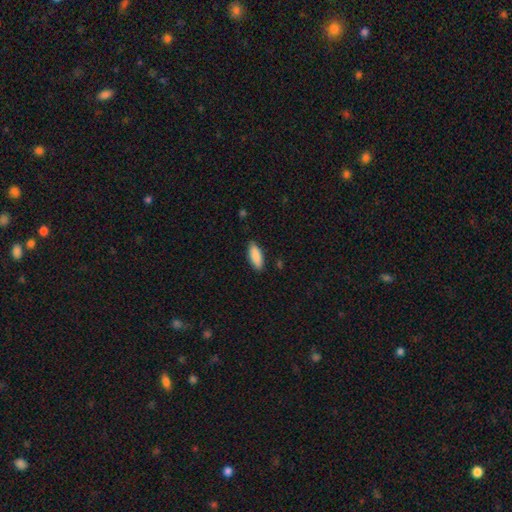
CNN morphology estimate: A smooth galaxy with no disk features (89%) that is in between round and cigar-shaped (75%).

Vote fractions:
- Smooth or featured? smooth: 89% / star or artifact: 6% / featured or disk: 5%
- How rounded? in between: 75% / cigar-shaped: 23% / round: 2%
- Merging? none: 86% / minor disturbance: 10% / major disturbance: 2% / merger: 1%